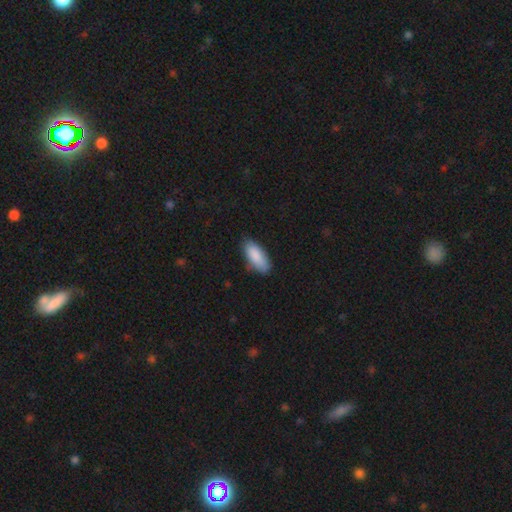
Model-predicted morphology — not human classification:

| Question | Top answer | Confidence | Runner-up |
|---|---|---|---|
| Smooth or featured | smooth | 88% | featured or disk (7%) |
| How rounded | in between | 83% | cigar-shaped (15%) |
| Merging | none | 79% | minor disturbance (17%) |